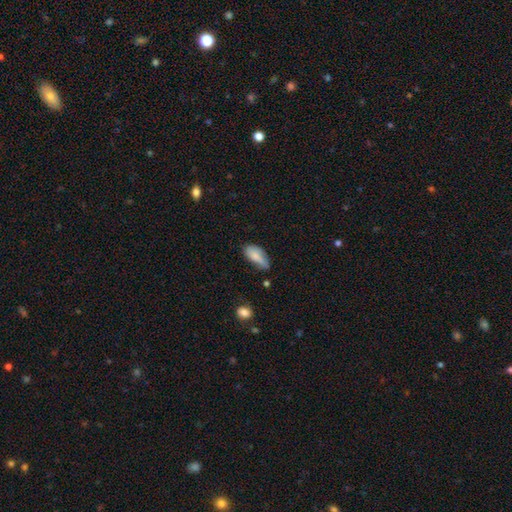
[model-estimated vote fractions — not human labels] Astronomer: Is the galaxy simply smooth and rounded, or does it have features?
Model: smooth — 77%.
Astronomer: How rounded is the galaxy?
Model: in between — 86%.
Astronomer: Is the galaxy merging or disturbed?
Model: none — 43% (runner-up: minor disturbance, 38%).